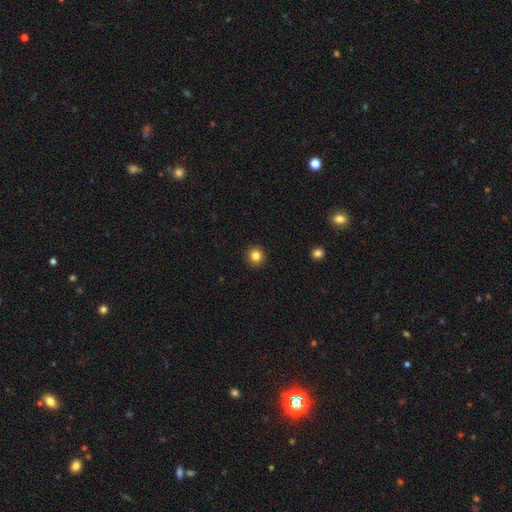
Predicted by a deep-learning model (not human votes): smooth_or_featured: smooth (p=0.83) [alt: star or artifact p=0.11]
how_rounded: round (p=0.92) [alt: in between p=0.07]
merging: none (p=0.93) [alt: minor disturbance p=0.05]